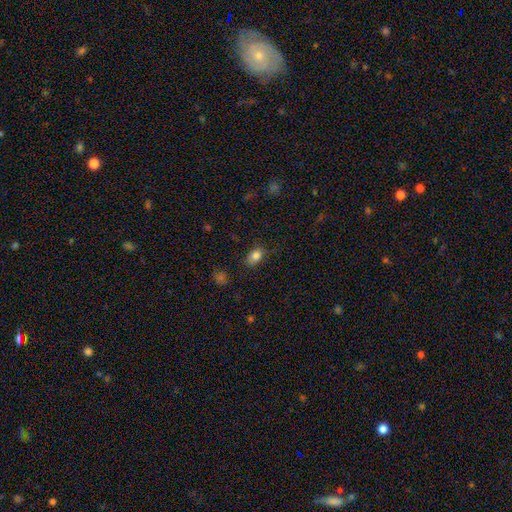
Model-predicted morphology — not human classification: smooth_or_featured: smooth (p=0.83) [alt: star or artifact p=0.10]
how_rounded: in between (p=0.80) [alt: round p=0.19]
merging: none (p=0.75) [alt: minor disturbance p=0.19]